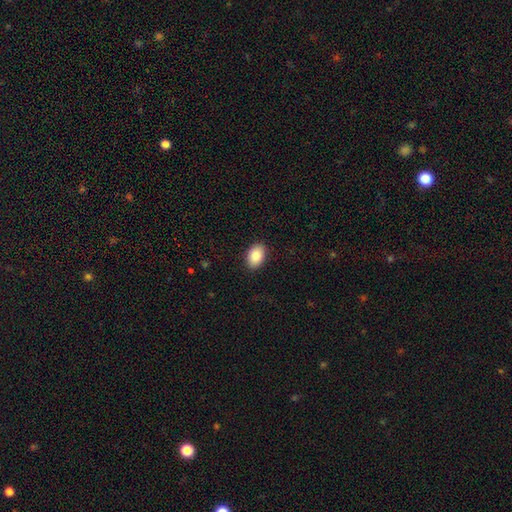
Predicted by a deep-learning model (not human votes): Smooth or featured? smooth (89%)
How rounded? in between (88%)
Merging? none (89%)